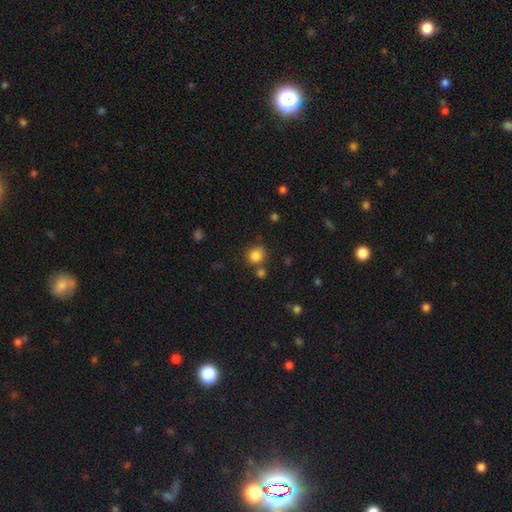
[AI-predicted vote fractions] smooth 84%, star or artifact 11%, featured or disk 6%. Down the decision tree: how rounded — round (81%); merging — none (73%).